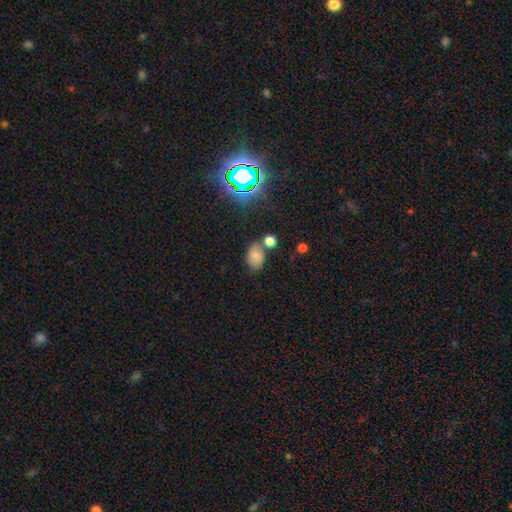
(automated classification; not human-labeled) This appears to be a smooth galaxy with no disk features (70%) that is in between round and cigar-shaped (79%). Merging: none (56%).